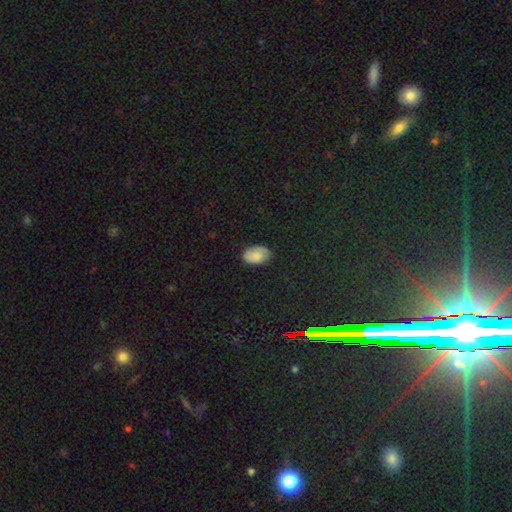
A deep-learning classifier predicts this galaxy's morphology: Overall: smooth (75%). How rounded: in between (90%). Merging: none (79%).